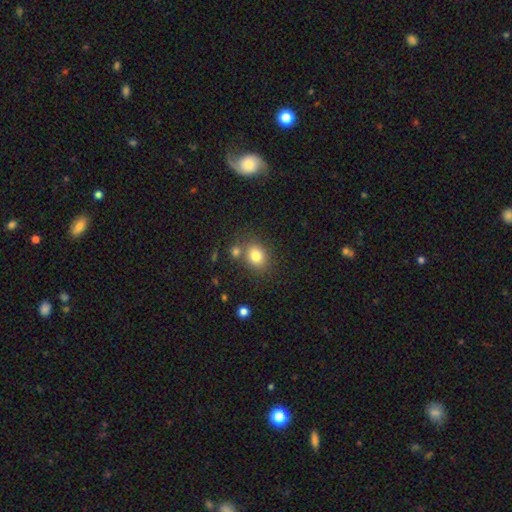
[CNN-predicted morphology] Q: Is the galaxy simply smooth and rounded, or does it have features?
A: smooth — 80%.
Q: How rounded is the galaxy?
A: round — 59%.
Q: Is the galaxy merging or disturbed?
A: none — 68%.